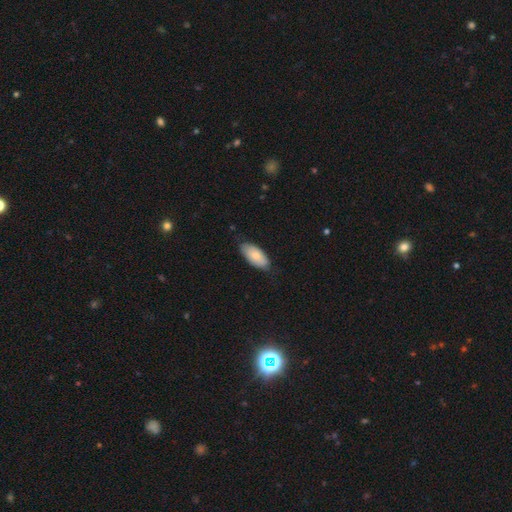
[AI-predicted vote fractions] Q: Smooth or featured?
A: smooth (80%); runner-up: featured or disk (14%)
Q: How rounded?
A: in between (92%); runner-up: cigar-shaped (6%)
Q: Merging?
A: none (76%); runner-up: minor disturbance (20%)